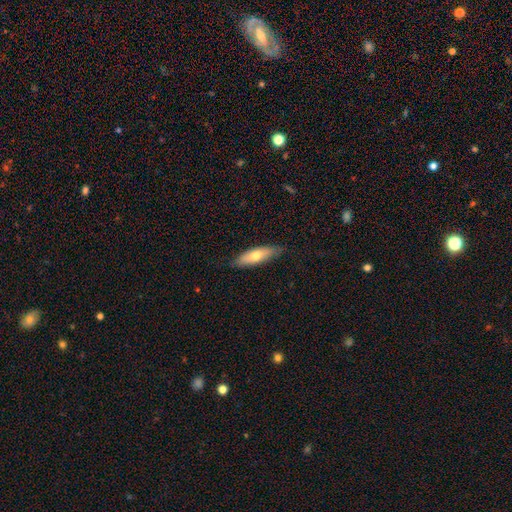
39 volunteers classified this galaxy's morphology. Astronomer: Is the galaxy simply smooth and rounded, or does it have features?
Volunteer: smooth — 69%.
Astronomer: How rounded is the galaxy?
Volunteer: in between — 63%.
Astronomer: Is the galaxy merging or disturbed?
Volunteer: none — 90%.